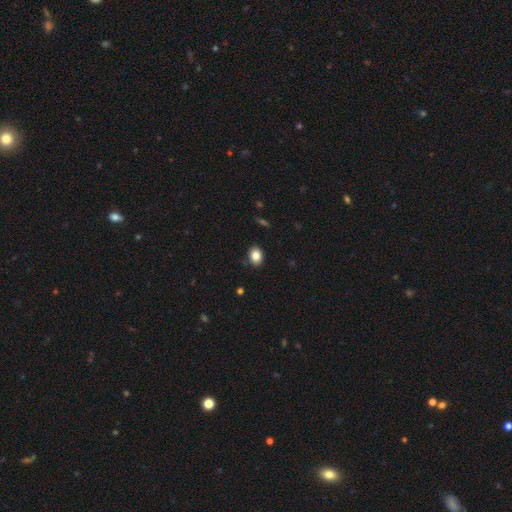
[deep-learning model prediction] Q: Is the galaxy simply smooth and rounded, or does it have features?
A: smooth — 85%.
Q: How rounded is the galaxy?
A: in between — 61%.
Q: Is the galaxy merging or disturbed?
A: none — 88%.